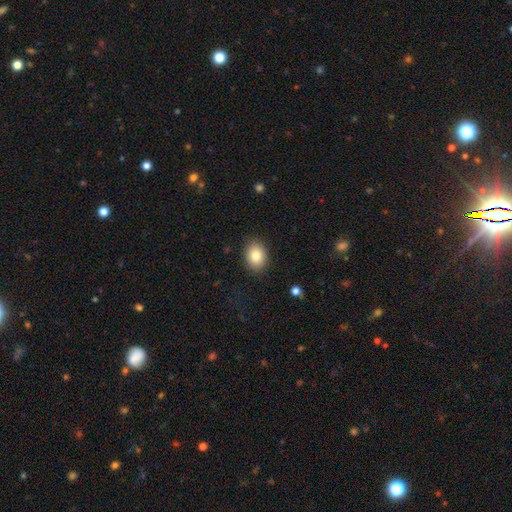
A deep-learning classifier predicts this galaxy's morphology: type=smooth (84%); roundness=in between (65%); merging=none (86%).